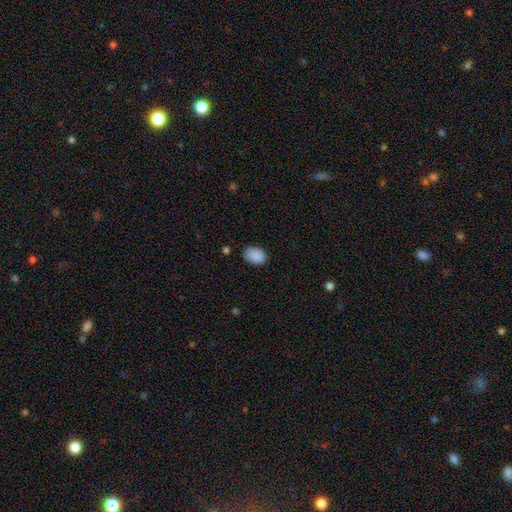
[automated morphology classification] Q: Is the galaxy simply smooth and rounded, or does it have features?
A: smooth — 89%.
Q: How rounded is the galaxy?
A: in between — 80%.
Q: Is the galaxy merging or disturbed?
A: none — 82%.